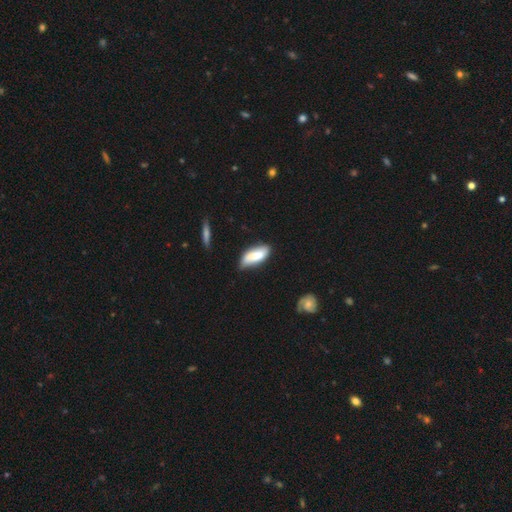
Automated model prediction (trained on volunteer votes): Morphology: type=smooth (73%); roundness=in between (80%); merging=none (59%).